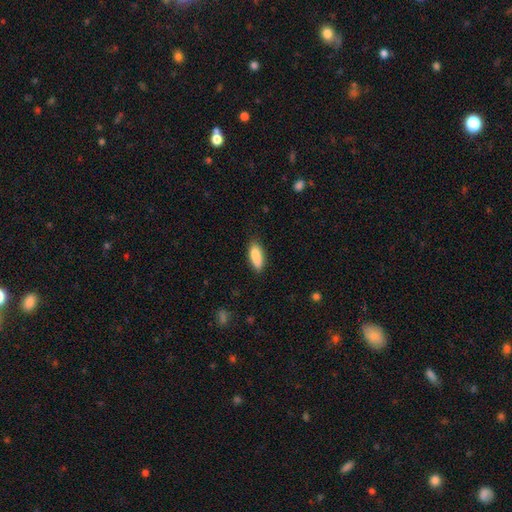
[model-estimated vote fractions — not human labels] Smooth or featured?
  - smooth: 87% *
  - star or artifact: 6%
  - featured or disk: 6%
How rounded?
  - in between: 72% *
  - cigar-shaped: 26%
  - round: 2%
Merging?
  - none: 81% *
  - minor disturbance: 15%
  - major disturbance: 3%
  - merger: 1%